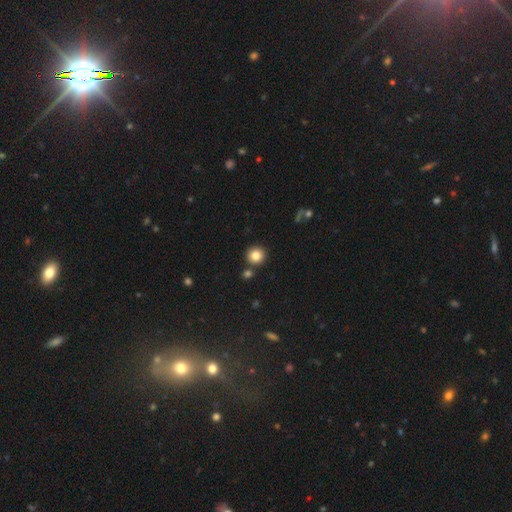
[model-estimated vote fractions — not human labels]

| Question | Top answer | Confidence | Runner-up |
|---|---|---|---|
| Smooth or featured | smooth | 83% | star or artifact (11%) |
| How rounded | round | 92% | in between (7%) |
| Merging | none | 83% | merger (9%) |